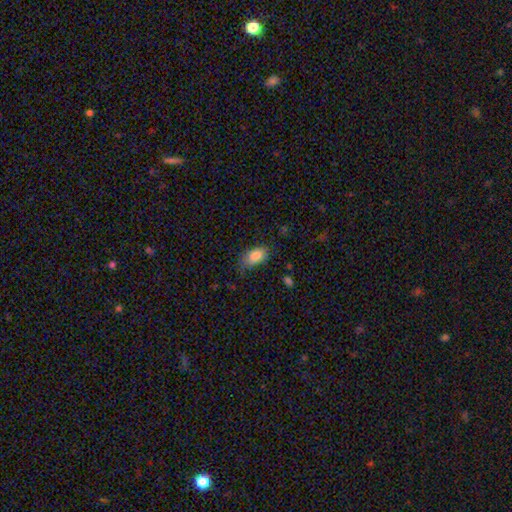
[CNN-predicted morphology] A smooth galaxy with no disk features (83%) that is in between round and cigar-shaped (92%). Merging: none (68%).